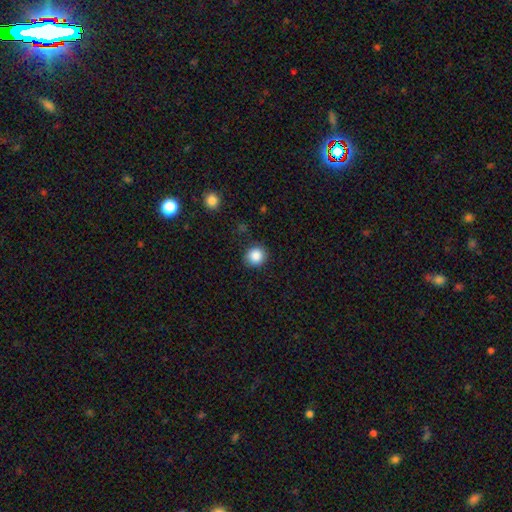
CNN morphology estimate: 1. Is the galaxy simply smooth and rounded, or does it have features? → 87% smooth, 9% star or artifact, 4% featured or disk.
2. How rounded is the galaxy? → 86% round, 13% in between, 1% cigar-shaped.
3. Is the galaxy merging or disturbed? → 87% none, 9% minor disturbance, 3% major disturbance, 1% merger.